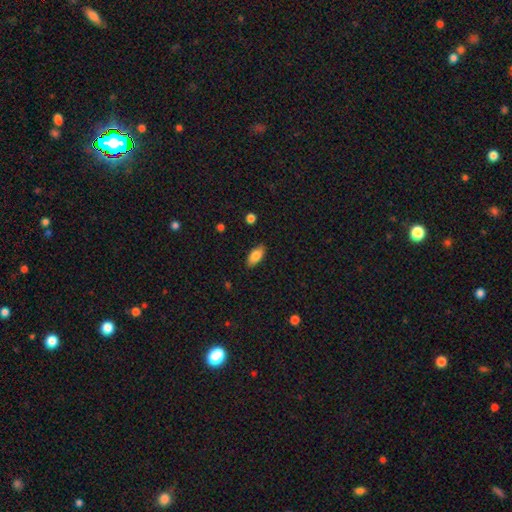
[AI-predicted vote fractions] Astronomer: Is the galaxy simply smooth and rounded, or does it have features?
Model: smooth — 83%.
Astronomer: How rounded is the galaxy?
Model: in between — 90%.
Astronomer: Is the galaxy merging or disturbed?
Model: none — 87%.